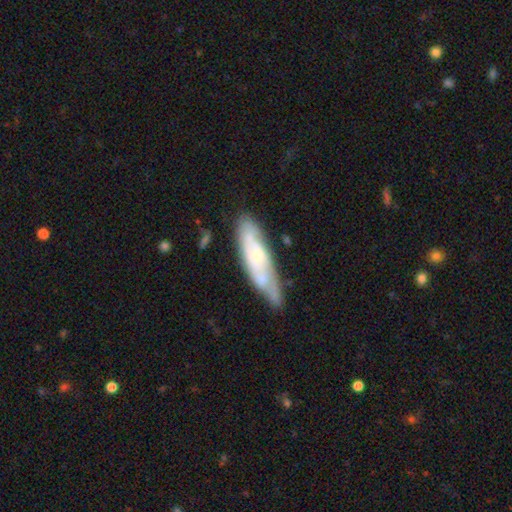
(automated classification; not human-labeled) A featured or disk galaxy (60%).

Vote fractions:
- Smooth or featured? featured or disk: 60% / smooth: 33% / star or artifact: 6%
- Edge-on disk? no: 67% / yes: 33%
- Merging? none: 64% / minor disturbance: 25% / major disturbance: 7% / merger: 4%